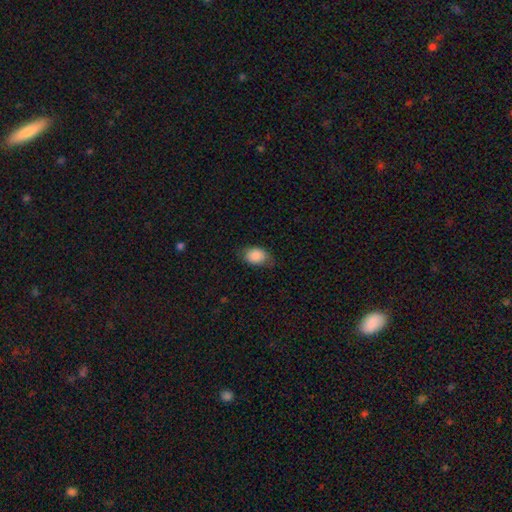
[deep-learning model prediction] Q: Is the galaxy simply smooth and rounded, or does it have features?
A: smooth — 85%.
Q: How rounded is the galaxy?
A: in between — 77%.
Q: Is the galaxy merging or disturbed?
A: none — 62%.